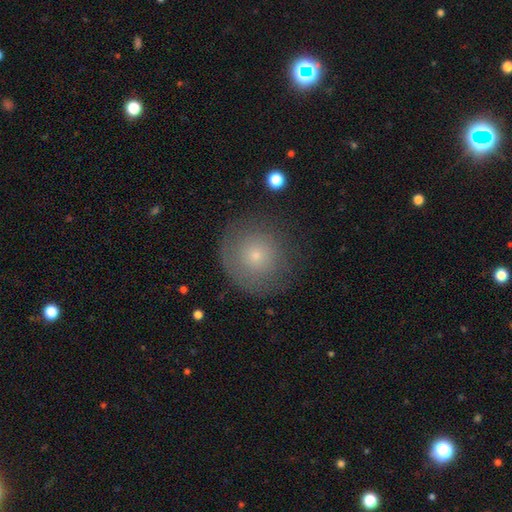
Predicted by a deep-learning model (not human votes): Q: Smooth or featured?
A: smooth (61%); runner-up: featured or disk (29%)
Q: How rounded?
A: round (89%); runner-up: in between (10%)
Q: Merging?
A: none (75%); runner-up: minor disturbance (16%)